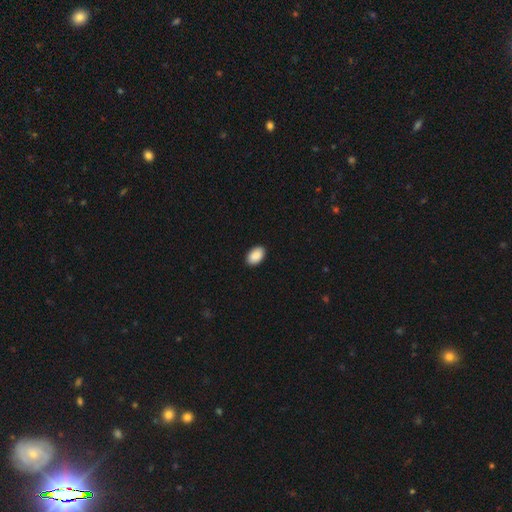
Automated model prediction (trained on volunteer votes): Overall: smooth (90%). How rounded: in between (92%). Merging: none (90%).